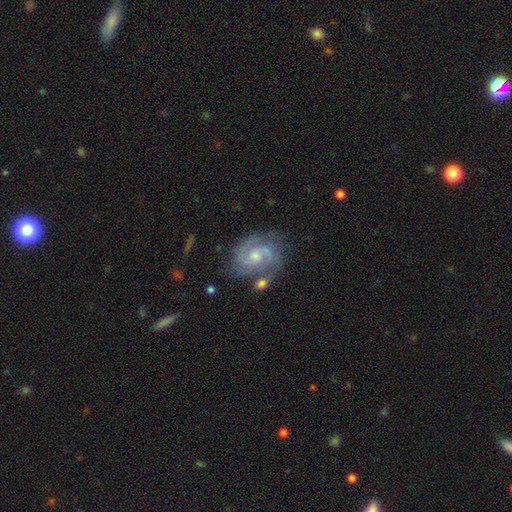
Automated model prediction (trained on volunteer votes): The model was most divided on "bulge size": small: 49%, moderate: 46%, none: 3%, large: 2%, dominant: 1%. More confident: edge-on disk — no (98%); spiral arms — yes (97%); smooth or featured — featured or disk (87%); spiral arm count — 2 (72%); merging — none (67%); bar — no (55%); spiral winding — medium (50%).